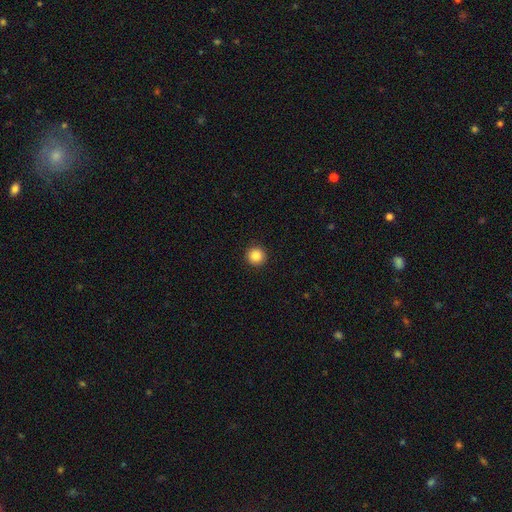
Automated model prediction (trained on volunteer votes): A smooth galaxy with no disk features (86%) that is round (96%). Merging: none (93%).